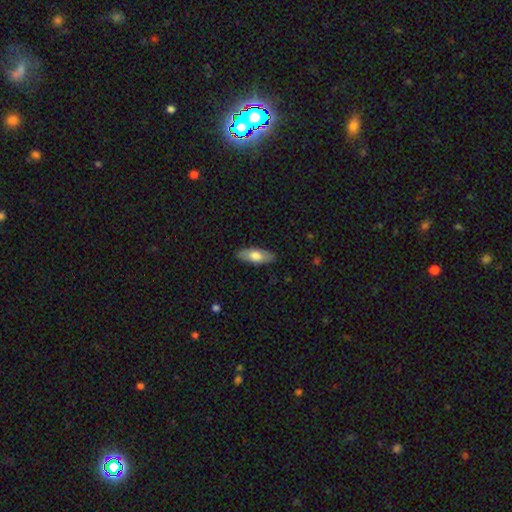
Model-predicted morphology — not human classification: Smooth or featured? Predicted: smooth (p=0.69). How rounded? Predicted: in between (p=0.74). Merging? Predicted: none (p=0.87).